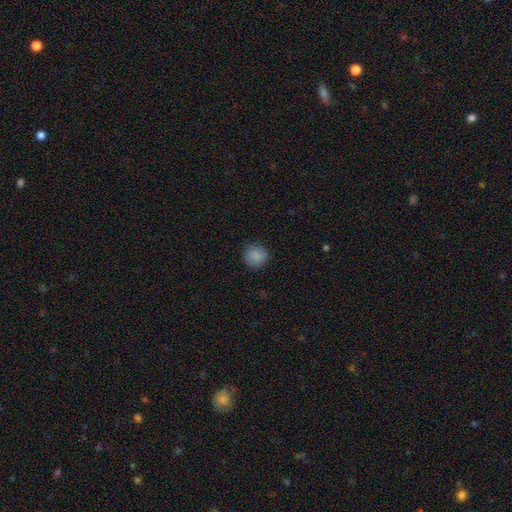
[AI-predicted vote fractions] Morphology: type=smooth (87%); roundness=round (93%); merging=none (89%).